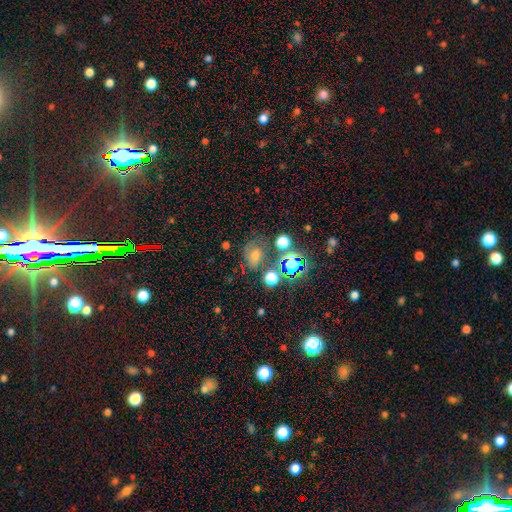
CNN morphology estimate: Overall: smooth (58%; star or artifact 28%). How rounded: round (50%; in between 49%). Merging: none (55%; minor disturbance 20%).